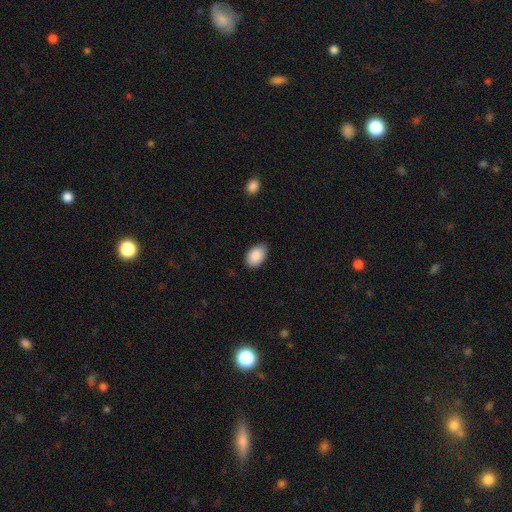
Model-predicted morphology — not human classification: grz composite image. It shows a smooth galaxy with no disk features (90%) that is in between round and cigar-shaped (91%). Merging: none (83%).